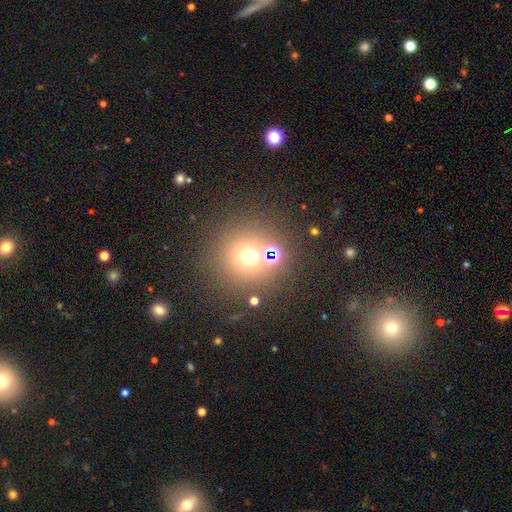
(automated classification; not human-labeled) Q: Smooth or featured?
A: smooth (57%); runner-up: star or artifact (34%)
Q: How rounded?
A: round (92%); runner-up: in between (7%)
Q: Merging?
A: none (74%); runner-up: merger (13%)